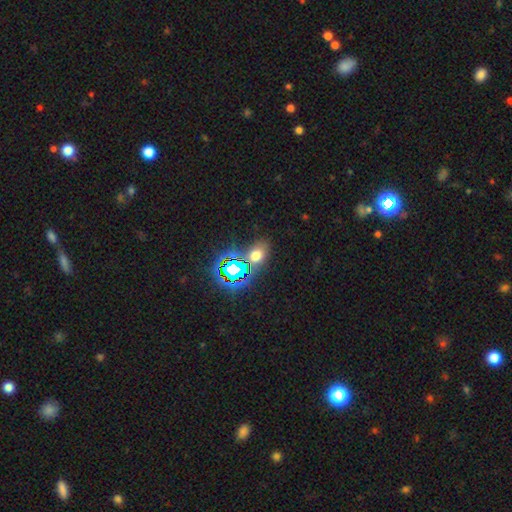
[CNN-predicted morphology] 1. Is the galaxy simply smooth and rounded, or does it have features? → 53% smooth, 37% star or artifact, 9% featured or disk.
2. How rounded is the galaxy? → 66% in between, 31% round, 2% cigar-shaped.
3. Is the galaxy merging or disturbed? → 72% none, 13% minor disturbance, 9% merger, 5% major disturbance.